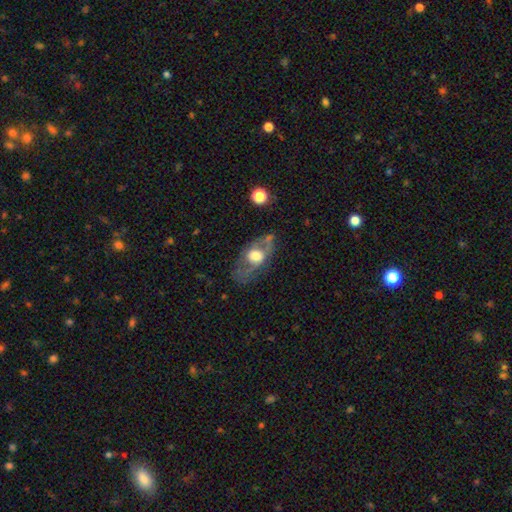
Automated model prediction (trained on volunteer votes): smooth-or-featured: featured or disk: 58% | smooth: 36% | star or artifact: 7%
  disk-edge-on: no: 80% | yes: 20%
  merging: none: 62% | minor disturbance: 21% | major disturbance: 14% | merger: 3%